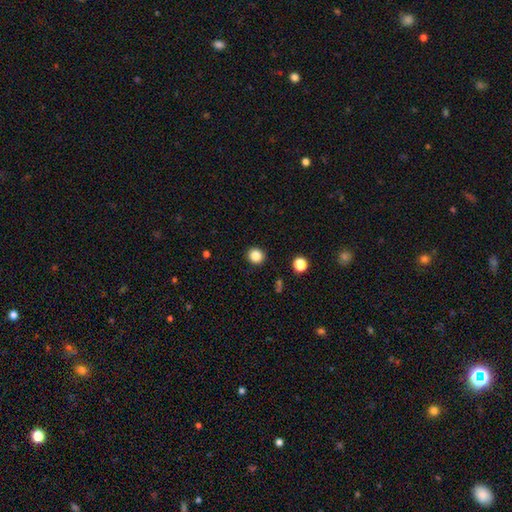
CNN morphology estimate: A smooth galaxy with no disk features (85%) that is round (89%). Merging: none (92%).